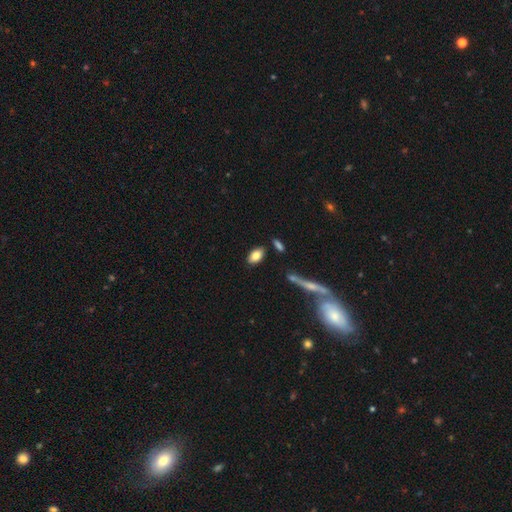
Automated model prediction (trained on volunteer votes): Morphology: type=smooth (83%); roundness=in between (92%); merging=none (82%).